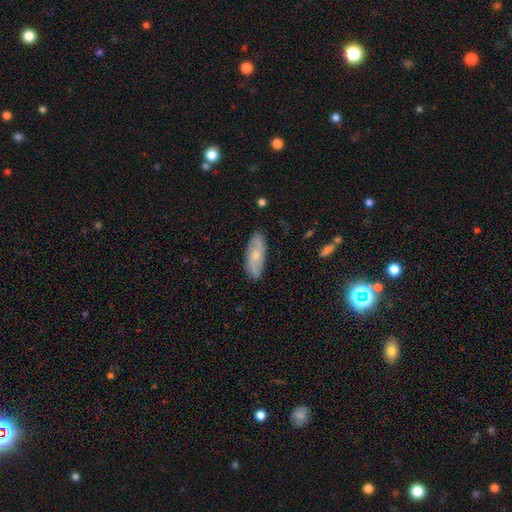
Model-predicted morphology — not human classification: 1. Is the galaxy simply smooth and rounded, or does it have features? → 49% smooth, 44% featured or disk, 7% star or artifact.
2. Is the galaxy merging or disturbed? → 82% none, 14% minor disturbance, 3% major disturbance, 1% merger.